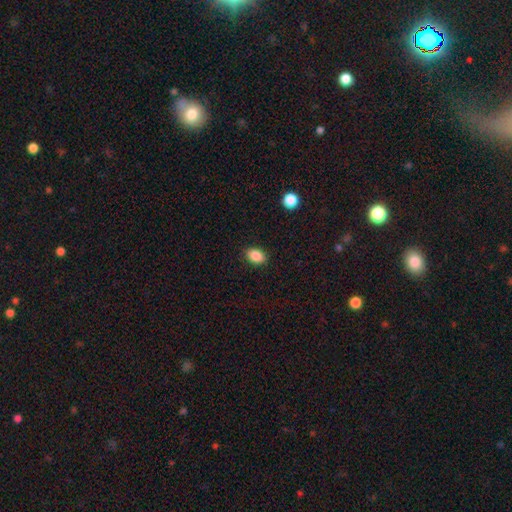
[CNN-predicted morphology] smooth_or_featured: smooth (p=0.87) [alt: star or artifact p=0.09]
how_rounded: in between (p=0.76) [alt: round p=0.23]
merging: none (p=0.88) [alt: minor disturbance p=0.09]